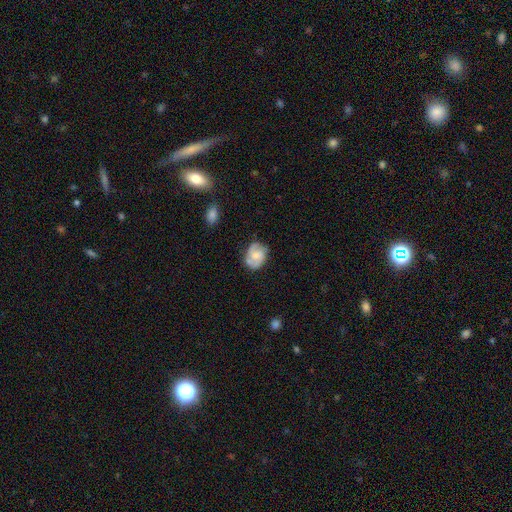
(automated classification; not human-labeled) Overall: featured or disk (63%; smooth 30%). Edge-on disk: no (97%). Bar: no (63%; weak 32%). Spiral arms: yes (90%). Spiral arm count: 2 (63%). Spiral winding: medium (45%; tight 38%). Bulge size: moderate (42%; small 37%). Merging: none (68%).